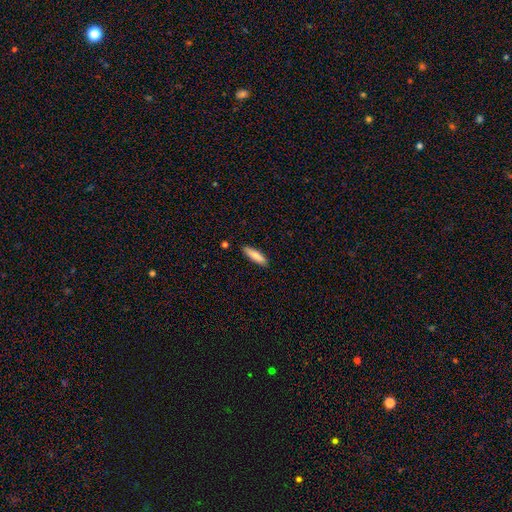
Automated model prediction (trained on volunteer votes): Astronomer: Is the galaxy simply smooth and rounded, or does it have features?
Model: smooth — 84%.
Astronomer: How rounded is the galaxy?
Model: cigar-shaped — 64%.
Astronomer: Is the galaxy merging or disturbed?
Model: none — 86%.